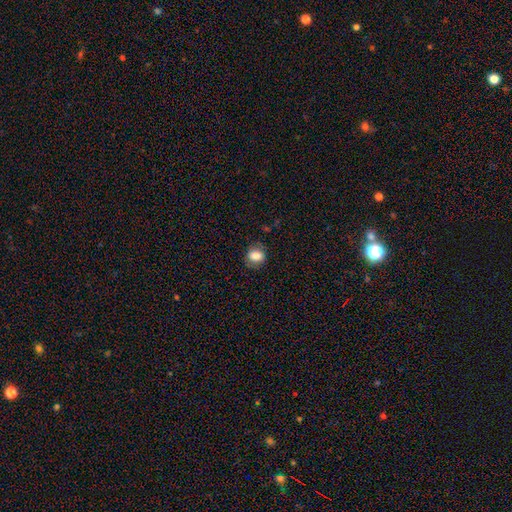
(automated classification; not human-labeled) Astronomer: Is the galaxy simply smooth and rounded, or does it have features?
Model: smooth — 80%.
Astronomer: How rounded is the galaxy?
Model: round — 58% (runner-up: in between, 41%).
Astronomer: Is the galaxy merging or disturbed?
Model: none — 79%.